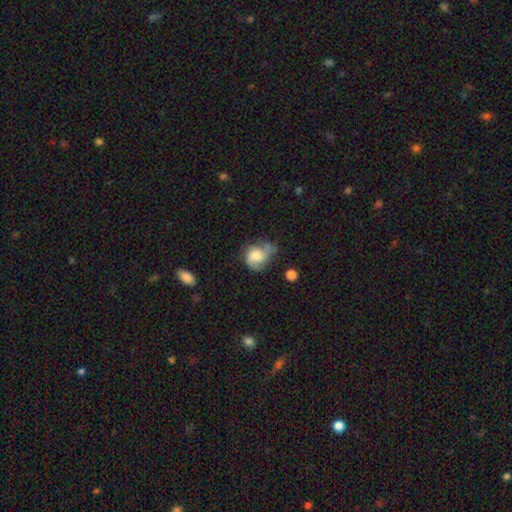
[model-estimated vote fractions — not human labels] Smooth or featured? featured or disk (47%)
Merging? none (37%)